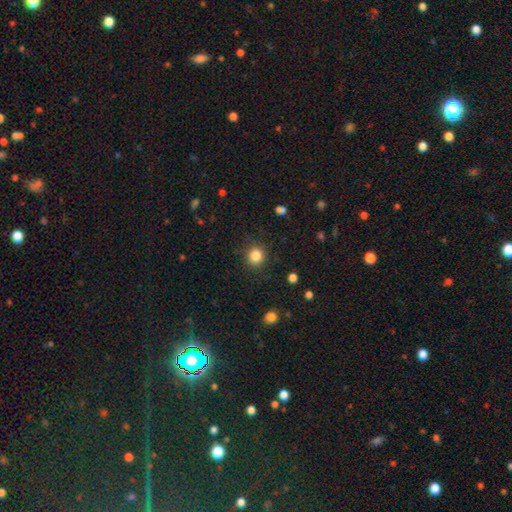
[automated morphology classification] smooth-or-featured: smooth: 85% | star or artifact: 11% | featured or disk: 4%
  how-rounded: round: 87% | in between: 12% | cigar-shaped: 1%
  merging: none: 88% | minor disturbance: 7% | major disturbance: 3% | merger: 1%